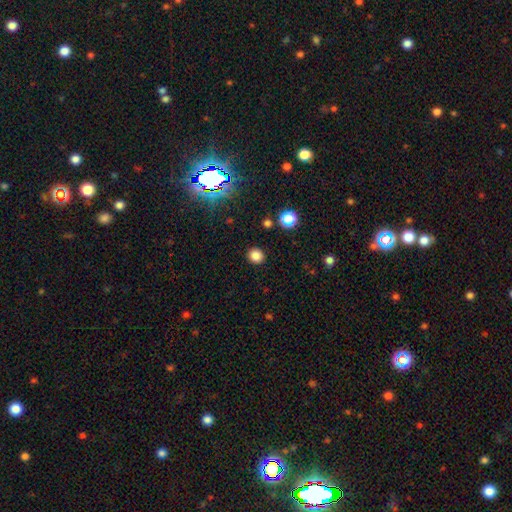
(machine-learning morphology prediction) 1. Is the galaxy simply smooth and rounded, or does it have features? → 83% smooth, 14% star or artifact, 4% featured or disk.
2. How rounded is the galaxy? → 83% round, 16% in between, 1% cigar-shaped.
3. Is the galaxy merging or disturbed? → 90% none, 6% minor disturbance, 2% major disturbance, 1% merger.